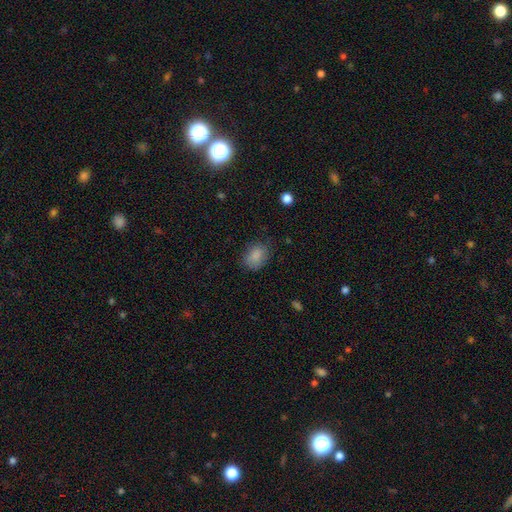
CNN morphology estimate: smooth 85%, star or artifact 9%, featured or disk 6%. Down the decision tree: how rounded — in between (67%); merging — none (72%).